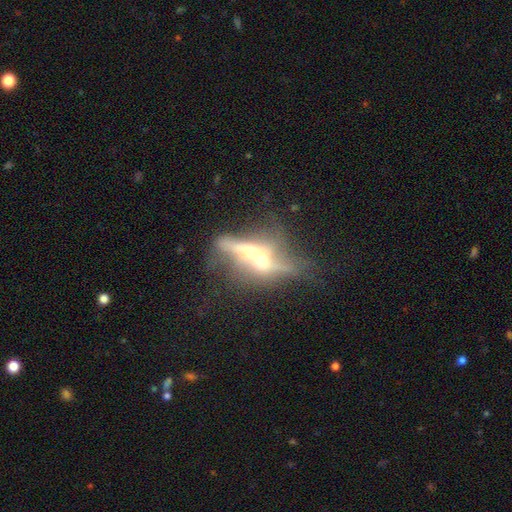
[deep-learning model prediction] A featured or disk galaxy (67%) viewed edge-on (54%). Merging: merger (57%).